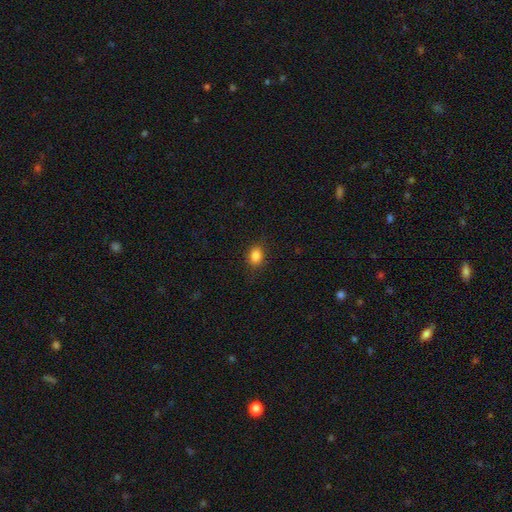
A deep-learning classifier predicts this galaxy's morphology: The model was most divided on "how rounded": in between: 66%, round: 32%, cigar-shaped: 1%. More confident: smooth or featured — smooth (86%); merging — none (83%).